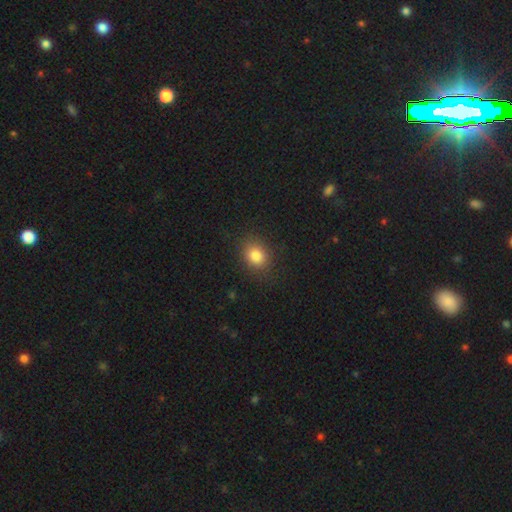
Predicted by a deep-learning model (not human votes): This appears to be a smooth galaxy with no disk features (82%) that is round (53%). Merging: none (85%).